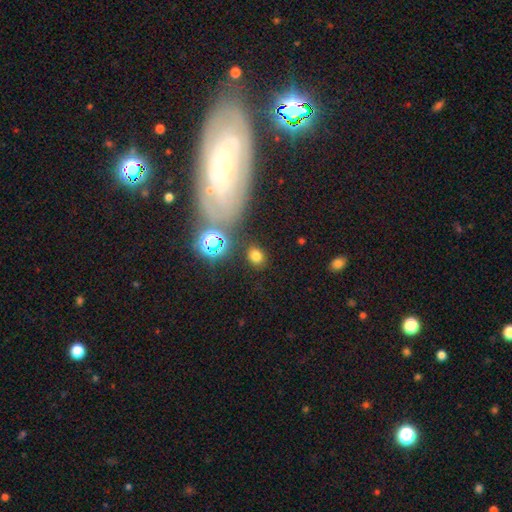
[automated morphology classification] A smooth galaxy with no disk features (73%) that is round (64%). Merging: none (84%).